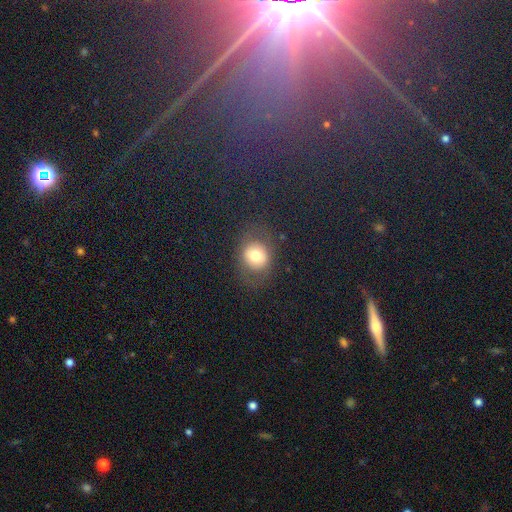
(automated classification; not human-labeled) This is likely a smooth galaxy (71%). How rounded: likely round (67%). Merging: likely none (75%).